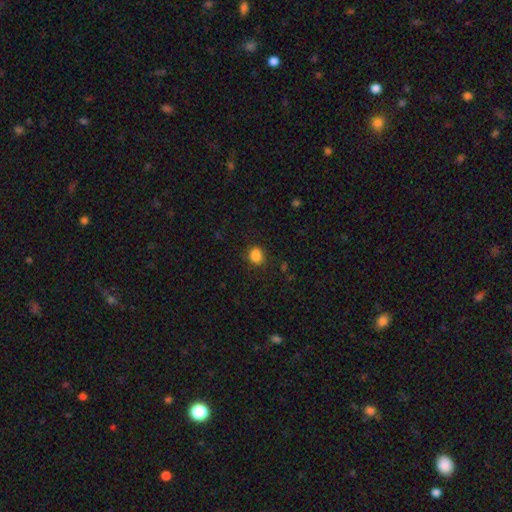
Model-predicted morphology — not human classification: A smooth galaxy with no disk features (84%) that is round (69%).

Vote fractions:
- Smooth or featured? smooth: 84% / star or artifact: 11% / featured or disk: 5%
- How rounded? round: 69% / in between: 30% / cigar-shaped: 1%
- Merging? none: 78% / minor disturbance: 16% / major disturbance: 5% / merger: 1%